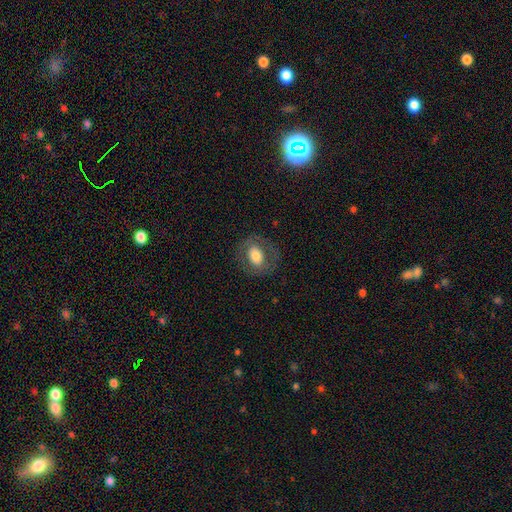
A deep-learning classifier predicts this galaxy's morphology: smooth_or_featured: smooth (p=0.65) [alt: featured or disk p=0.27]
how_rounded: in between (p=0.54) [alt: round p=0.45]
merging: none (p=0.78) [alt: minor disturbance p=0.12]